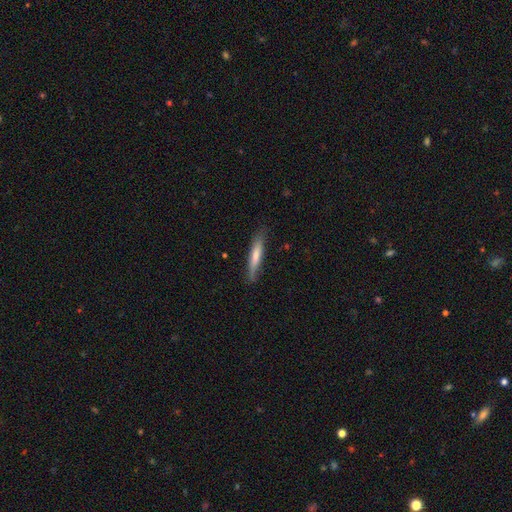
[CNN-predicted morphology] A smooth galaxy with no disk features (66%) that is cigar-shaped (91%). Merging: none (77%).